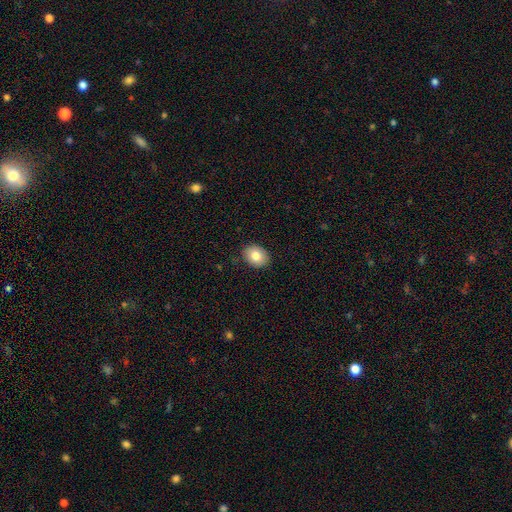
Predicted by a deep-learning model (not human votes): Smooth or featured: smooth — 82% (featured or disk — 10%)
How rounded: in between — 55% (round — 44%)
Merging: none — 88% (minor disturbance — 9%)